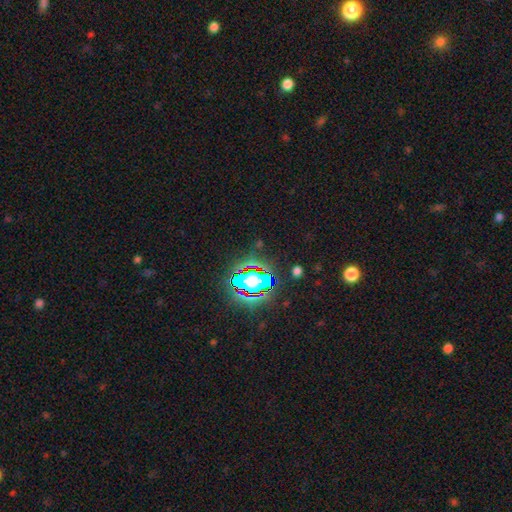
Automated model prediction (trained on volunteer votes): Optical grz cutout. It shows a star or artifact, not a galaxy (79%).